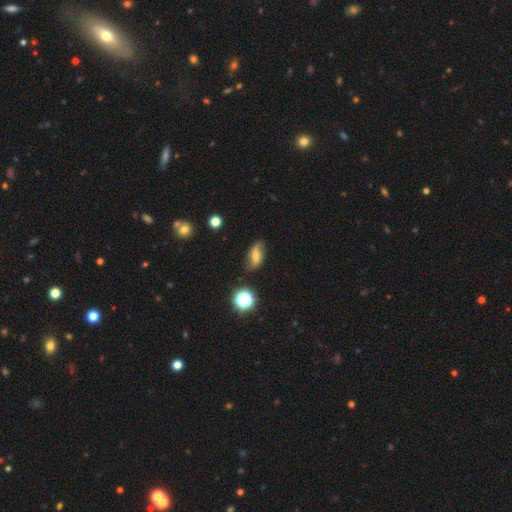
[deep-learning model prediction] Smooth or featured?
  - smooth: 45% *
  - featured or disk: 43%
  - star or artifact: 12%
Merging?
  - none: 73% *
  - minor disturbance: 19%
  - major disturbance: 5%
  - merger: 2%